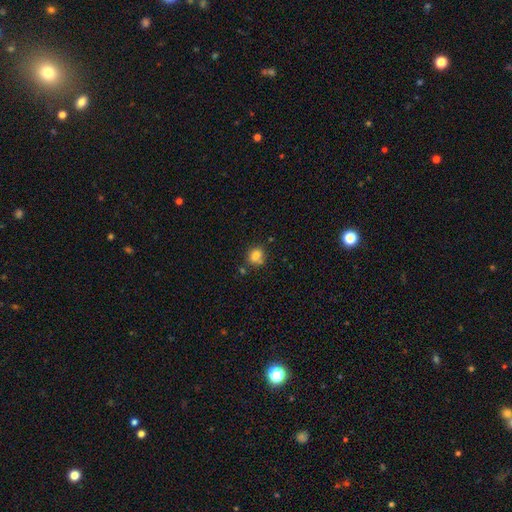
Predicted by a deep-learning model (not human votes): Smooth or featured? Predicted: smooth (p=0.79). How rounded? Predicted: round (p=0.65). Merging? Predicted: none (p=0.64).